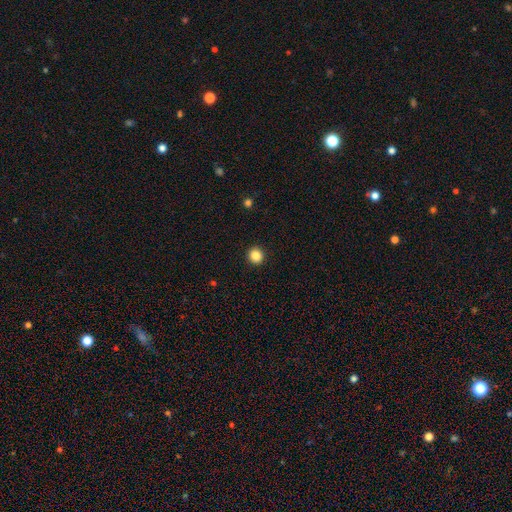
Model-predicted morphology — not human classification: A smooth galaxy with no disk features (86%) that is round (89%).

Vote fractions:
- Smooth or featured? smooth: 86% / star or artifact: 10% / featured or disk: 3%
- How rounded? round: 89% / in between: 10% / cigar-shaped: 1%
- Merging? none: 93% / minor disturbance: 5% / major disturbance: 2% / merger: 1%